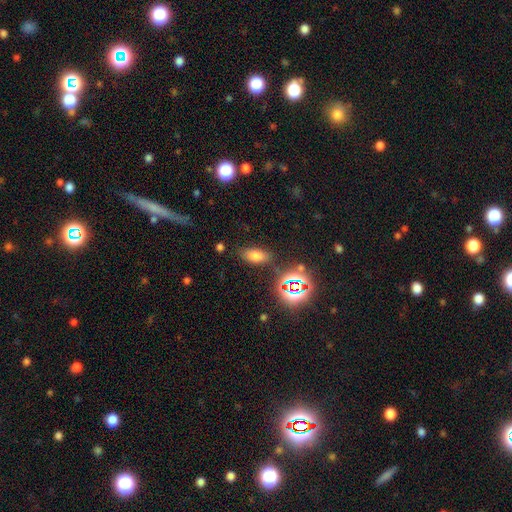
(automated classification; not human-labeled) Smooth or featured? smooth (68%)
How rounded? in between (85%)
Merging? none (80%)